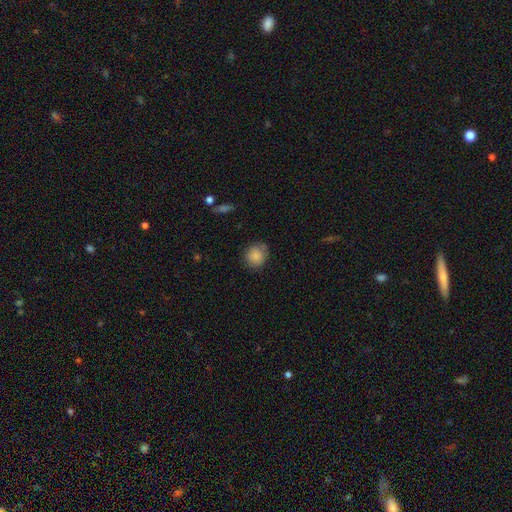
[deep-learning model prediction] The model was most divided on "merging": none: 77%, minor disturbance: 17%, major disturbance: 4%, merger: 2%. More confident: smooth or featured — smooth (85%); how rounded — round (85%).